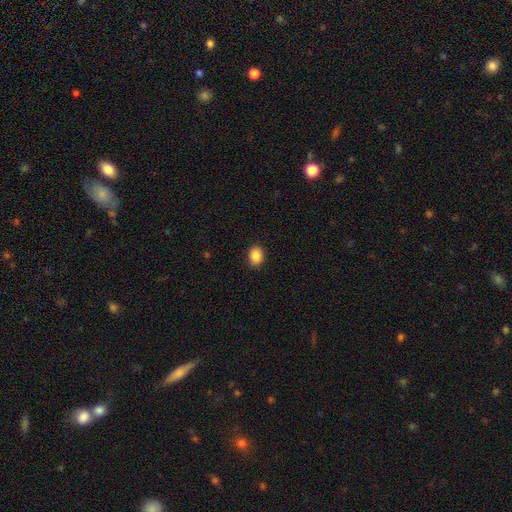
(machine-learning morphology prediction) A smooth galaxy with no disk features (88%) that is in between round and cigar-shaped (64%). Merging: none (90%).